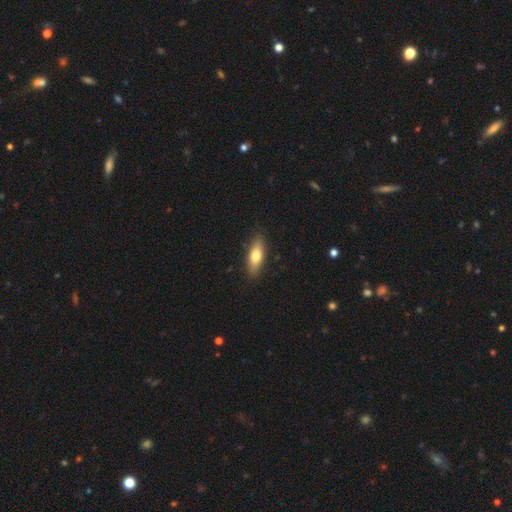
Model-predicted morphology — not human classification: A smooth galaxy with no disk features (70%) that is in between round and cigar-shaped (58%). Merging: none (87%).